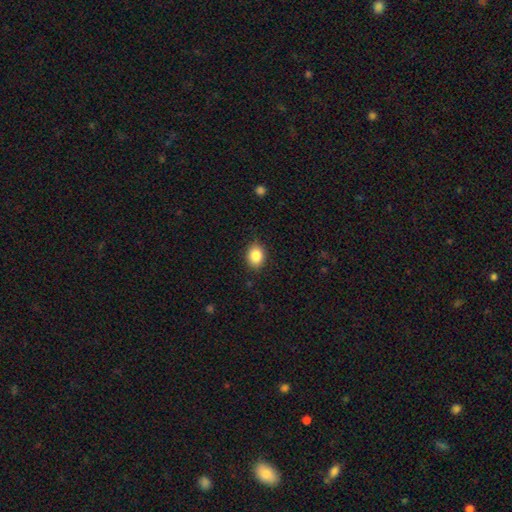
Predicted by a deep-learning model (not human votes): Morphology: type=smooth (86%); roundness=in between (55%); merging=none (85%).